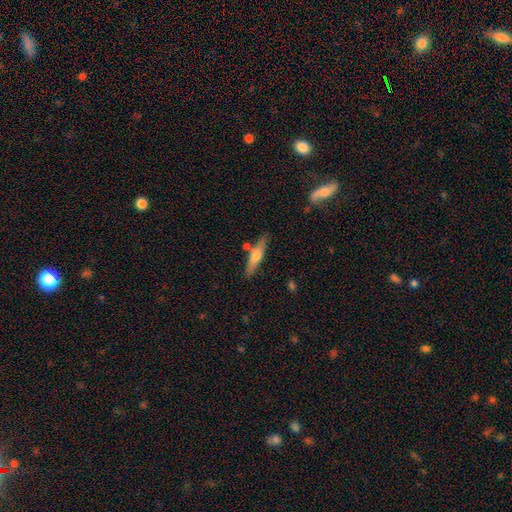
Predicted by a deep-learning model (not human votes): Smooth or featured? smooth (52%)
How rounded? cigar-shaped (80%)
Merging? none (76%)